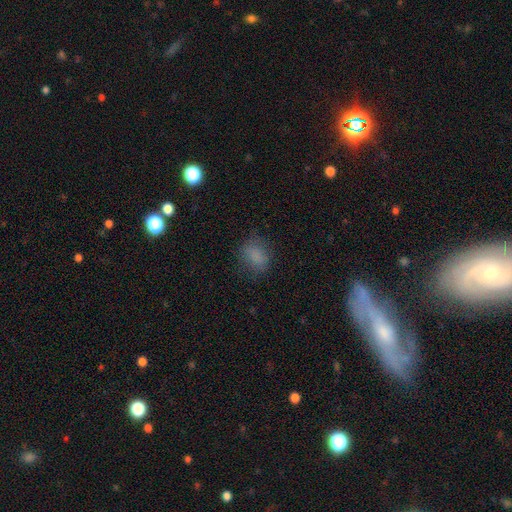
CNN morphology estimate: The model was most divided on "how rounded": in between: 59%, round: 40%, cigar-shaped: 2%. More confident: smooth or featured — smooth (79%); merging — none (73%).